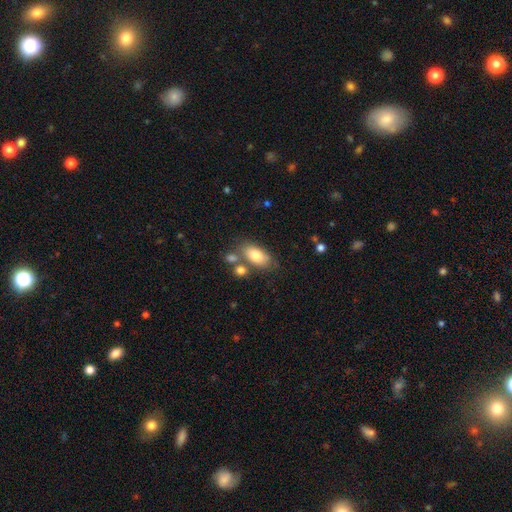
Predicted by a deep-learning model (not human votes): This is likely a smooth galaxy (77%). How rounded: clearly in between (89%). Merging: likely none (62%).